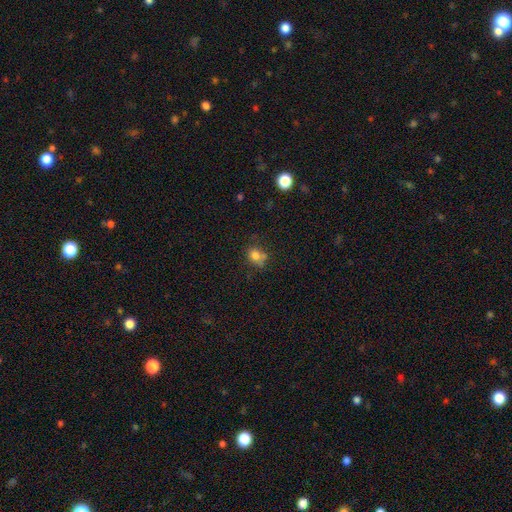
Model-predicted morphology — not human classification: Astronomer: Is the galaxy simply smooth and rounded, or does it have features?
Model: smooth — 76%.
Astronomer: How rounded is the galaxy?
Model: round — 57% (runner-up: in between, 42%).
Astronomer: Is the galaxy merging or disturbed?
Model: none — 50%.